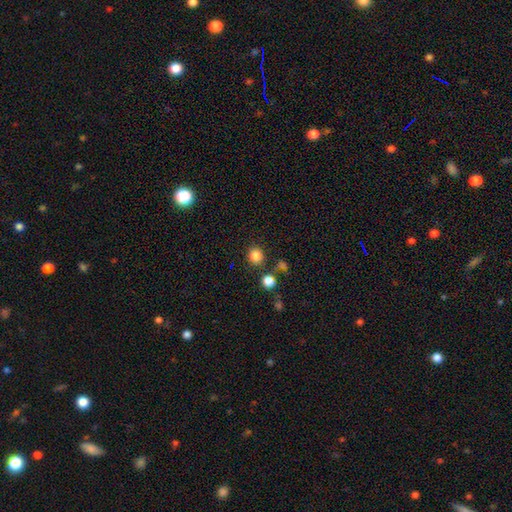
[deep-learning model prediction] smooth_or_featured: smooth (p=0.85) [alt: star or artifact p=0.11]
how_rounded: round (p=0.80) [alt: in between p=0.19]
merging: none (p=0.82) [alt: minor disturbance p=0.08]